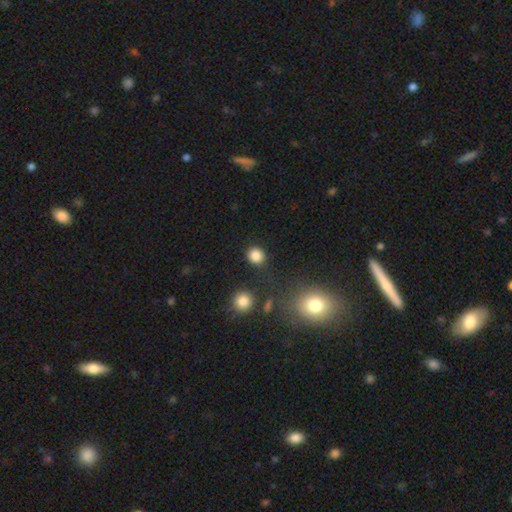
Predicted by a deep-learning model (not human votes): Smooth or featured: smooth — 84% (star or artifact — 12%)
How rounded: round — 84% (in between — 15%)
Merging: none — 84% (minor disturbance — 9%)